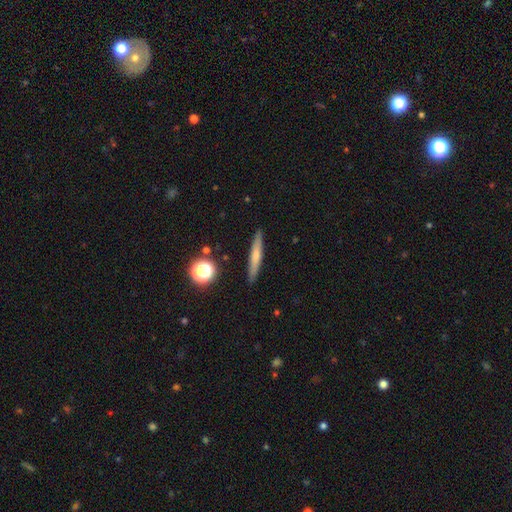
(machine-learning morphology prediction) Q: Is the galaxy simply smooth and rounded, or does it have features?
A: smooth — 55%.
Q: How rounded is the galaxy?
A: cigar-shaped — 93%.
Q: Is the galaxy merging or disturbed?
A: none — 89%.